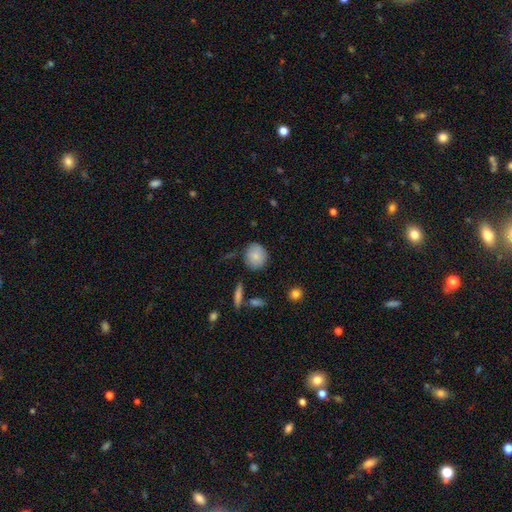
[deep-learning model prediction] A smooth galaxy with no disk features (84%) that is round (78%).

Vote fractions:
- Smooth or featured? smooth: 84% / featured or disk: 9% / star or artifact: 8%
- How rounded? round: 78% / in between: 20% / cigar-shaped: 1%
- Merging? none: 80% / minor disturbance: 14% / major disturbance: 3% / merger: 3%